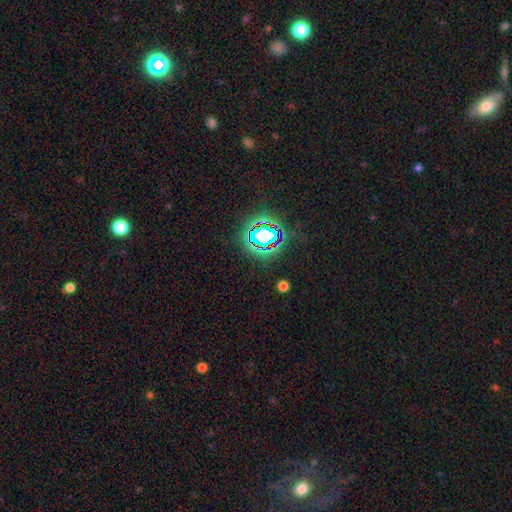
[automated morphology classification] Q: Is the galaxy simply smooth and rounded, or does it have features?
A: star or artifact — 80%.